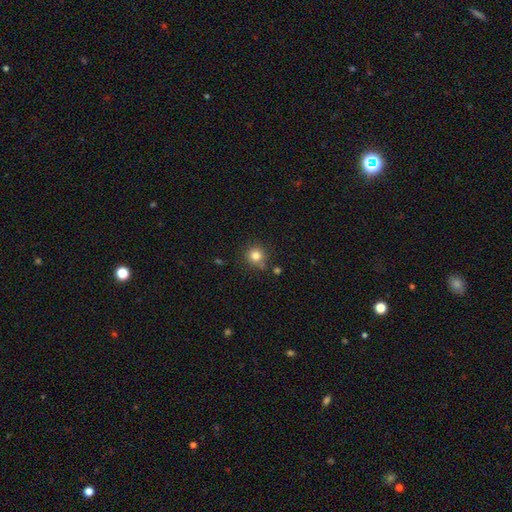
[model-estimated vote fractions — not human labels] This is clearly a smooth galaxy (81%). How rounded: clearly round (94%). Merging: likely none (79%).